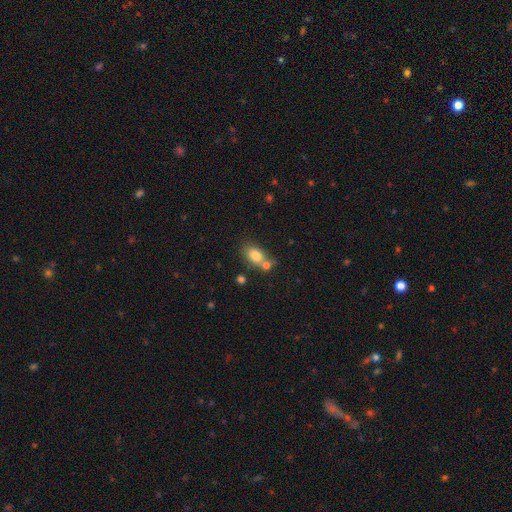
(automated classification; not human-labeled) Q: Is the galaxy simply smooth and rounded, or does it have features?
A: smooth — 81%.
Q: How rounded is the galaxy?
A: in between — 79%.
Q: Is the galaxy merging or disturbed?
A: none — 52%.